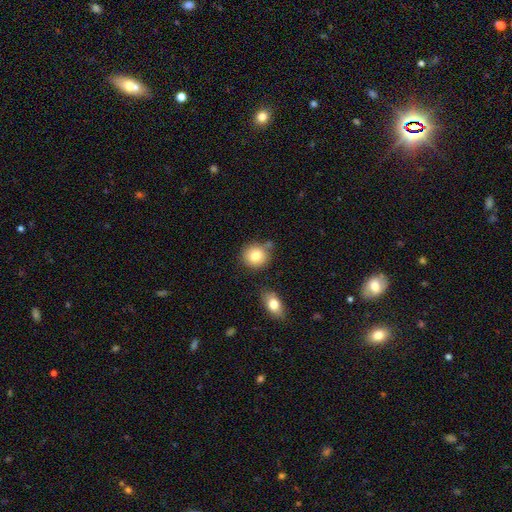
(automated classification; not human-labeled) A smooth galaxy with no disk features (80%) that is round (86%). Merging: none (73%).